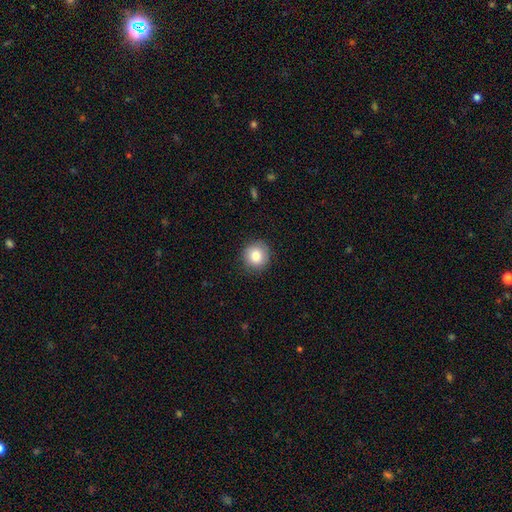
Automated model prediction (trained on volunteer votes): Smooth or featured? smooth (85%)
How rounded? round (89%)
Merging? none (87%)